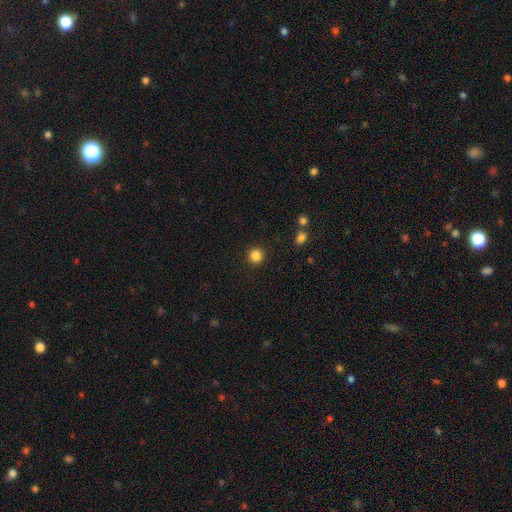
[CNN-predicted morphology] Smooth or featured: smooth — 85% (star or artifact — 11%)
How rounded: round — 93% (in between — 6%)
Merging: none — 92% (minor disturbance — 5%)